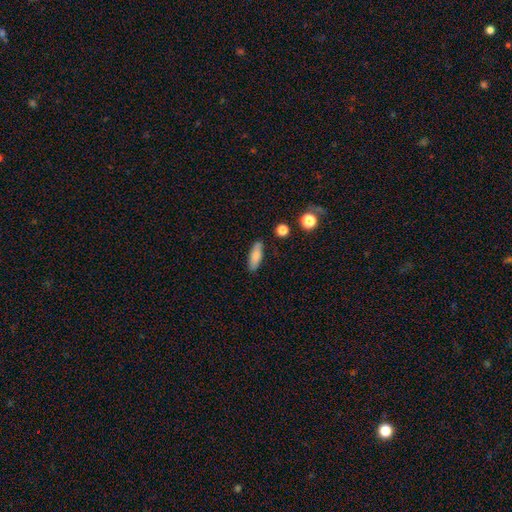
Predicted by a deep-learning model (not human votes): The model was most divided on "how rounded": in between: 59%, cigar-shaped: 39%, round: 2%. More confident: merging — none (83%); smooth or featured — smooth (82%).